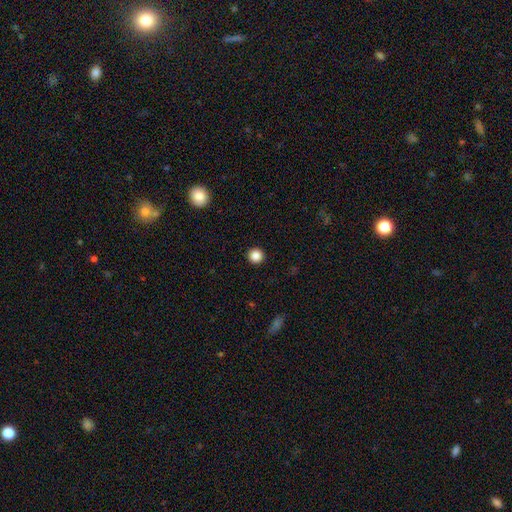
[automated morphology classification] smooth_or_featured: smooth (p=0.86) [alt: star or artifact p=0.10]
how_rounded: round (p=0.96) [alt: in between p=0.04]
merging: none (p=0.93) [alt: minor disturbance p=0.04]